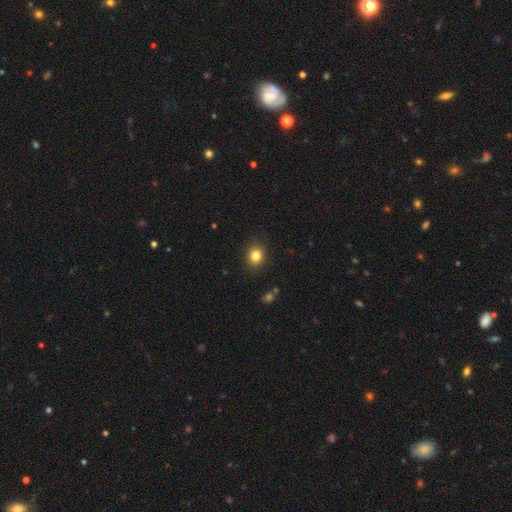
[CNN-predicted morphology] Smooth or featured? Predicted: smooth (p=0.83). How rounded? Predicted: round (p=0.70). Merging? Predicted: none (p=0.89).